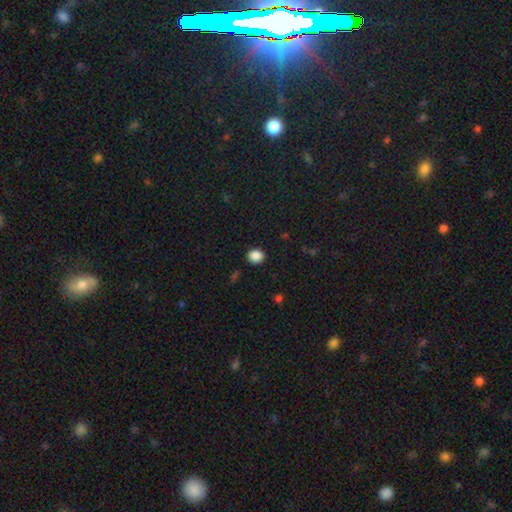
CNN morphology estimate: smooth 87%, star or artifact 10%, featured or disk 3%. Down the decision tree: how rounded — round (71%); merging — none (90%).